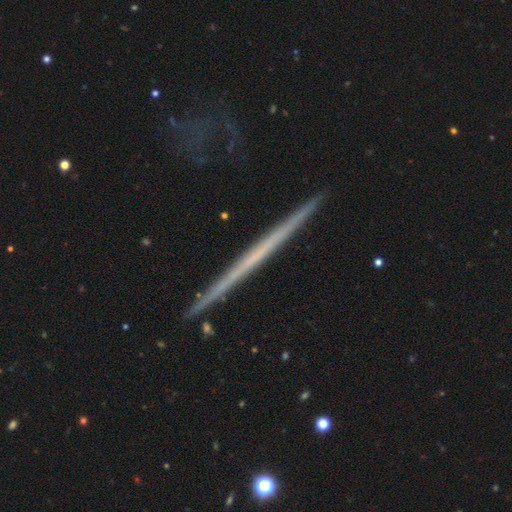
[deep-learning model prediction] Overall: featured or disk (68%). Edge-on disk: yes (97%). Edge-on bulge: none (92%). Merging: none (88%).